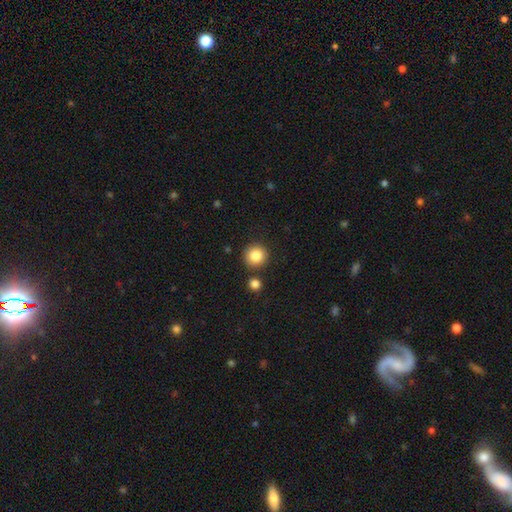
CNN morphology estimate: Smooth or featured?
  - smooth: 85% *
  - star or artifact: 10%
  - featured or disk: 5%
How rounded?
  - round: 94% *
  - in between: 5%
  - cigar-shaped: 1%
Merging?
  - none: 85% *
  - minor disturbance: 7%
  - merger: 6%
  - major disturbance: 2%